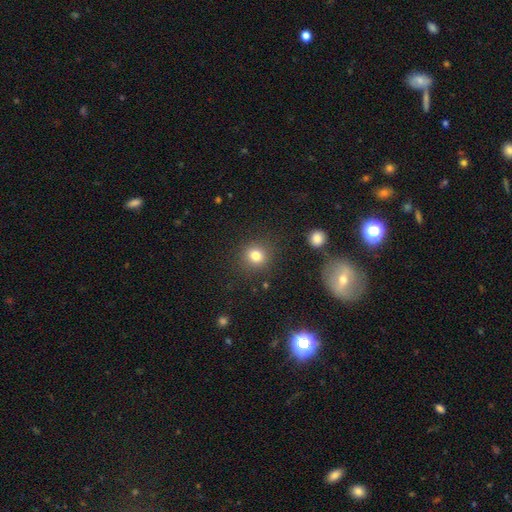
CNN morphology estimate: Smooth or featured?
  - smooth: 82% *
  - star or artifact: 12%
  - featured or disk: 6%
How rounded?
  - round: 86% *
  - in between: 13%
  - cigar-shaped: 1%
Merging?
  - none: 86% *
  - minor disturbance: 8%
  - major disturbance: 3%
  - merger: 2%